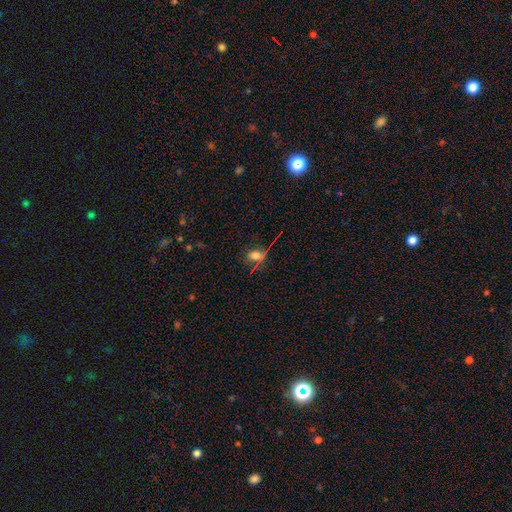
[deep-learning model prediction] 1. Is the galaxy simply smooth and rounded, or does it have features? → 60% smooth, 29% star or artifact, 10% featured or disk.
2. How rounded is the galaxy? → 49% in between, 47% round, 3% cigar-shaped.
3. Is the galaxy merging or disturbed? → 65% none, 18% minor disturbance, 10% major disturbance, 7% merger.